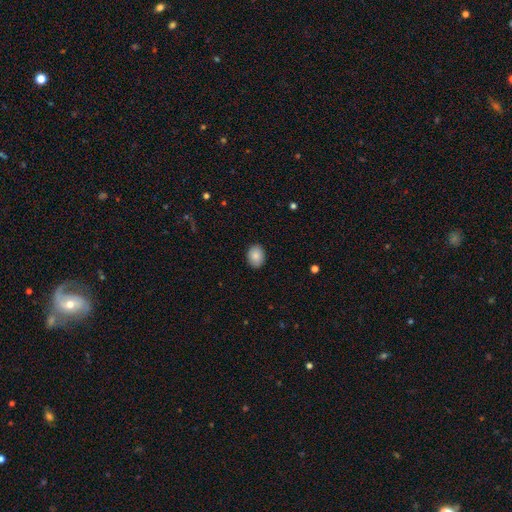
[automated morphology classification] Q: Smooth or featured?
A: smooth (87%); runner-up: star or artifact (7%)
Q: How rounded?
A: in between (58%); runner-up: round (41%)
Q: Merging?
A: none (90%); runner-up: minor disturbance (8%)